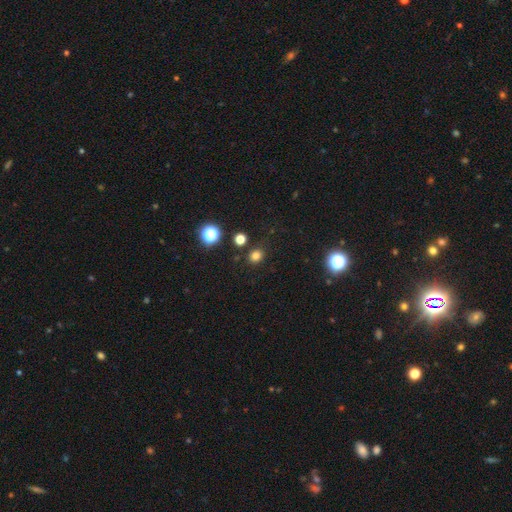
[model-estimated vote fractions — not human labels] Smooth or featured? smooth (77%)
How rounded? round (73%)
Merging? none (84%)